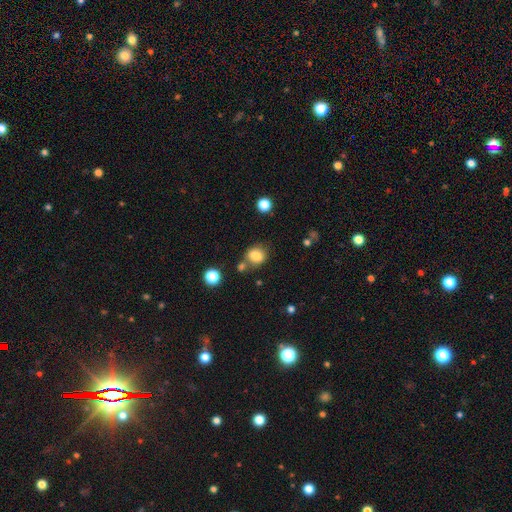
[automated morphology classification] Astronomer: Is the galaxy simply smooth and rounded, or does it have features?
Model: smooth — 82%.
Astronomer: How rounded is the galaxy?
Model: round — 70%.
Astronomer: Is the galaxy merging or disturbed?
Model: none — 68%.